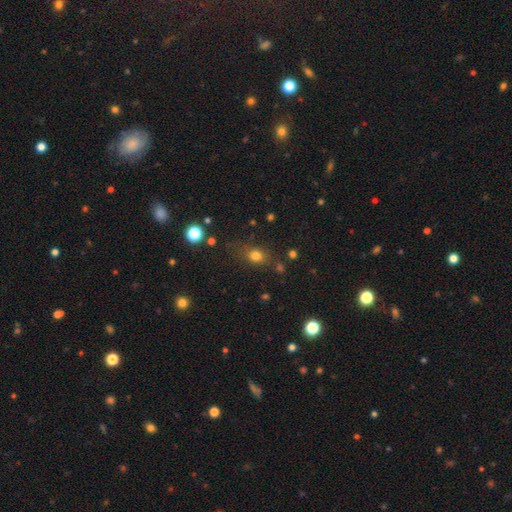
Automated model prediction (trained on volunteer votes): A smooth galaxy with no disk features (76%) that is round (55%). Merging: none (73%).